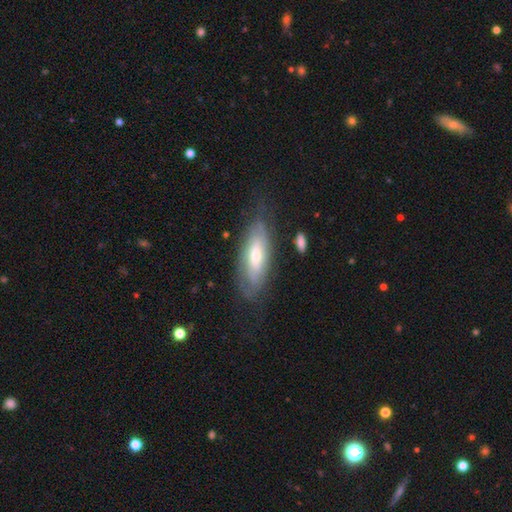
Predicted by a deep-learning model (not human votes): A featured or disk galaxy (53%). Merging: none (67%).